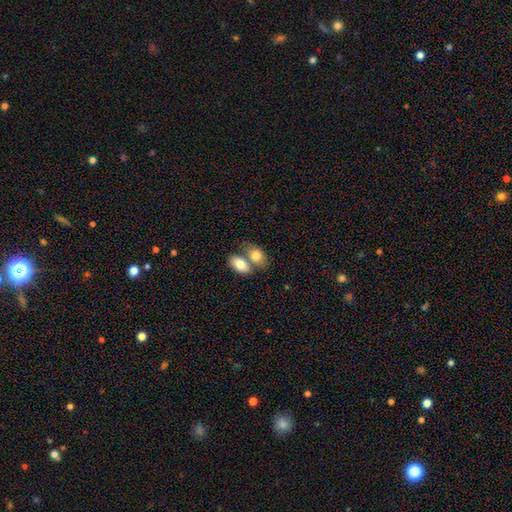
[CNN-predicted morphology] Smooth or featured?
  - smooth: 81% *
  - featured or disk: 13%
  - star or artifact: 6%
How rounded?
  - in between: 85% *
  - round: 13%
  - cigar-shaped: 2%
Merging?
  - merger: 59% *
  - none: 29%
  - minor disturbance: 8%
  - major disturbance: 3%